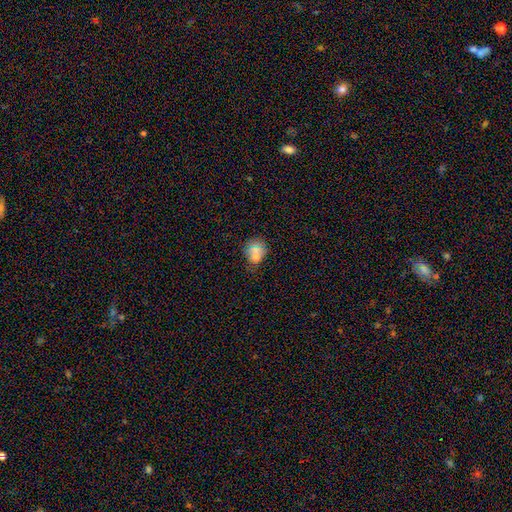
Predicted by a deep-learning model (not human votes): Smooth or featured? smooth (66%)
How rounded? round (70%)
Merging? none (57%)